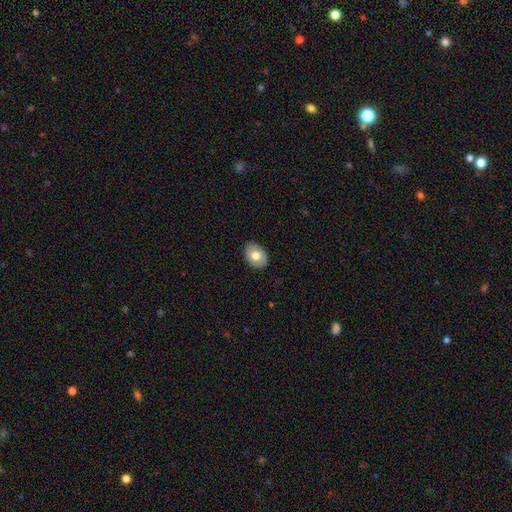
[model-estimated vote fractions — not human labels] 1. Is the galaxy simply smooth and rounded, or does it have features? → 70% smooth, 23% featured or disk, 7% star or artifact.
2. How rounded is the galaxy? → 73% in between, 26% round, 1% cigar-shaped.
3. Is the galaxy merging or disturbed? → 86% none, 11% minor disturbance, 2% major disturbance, 1% merger.